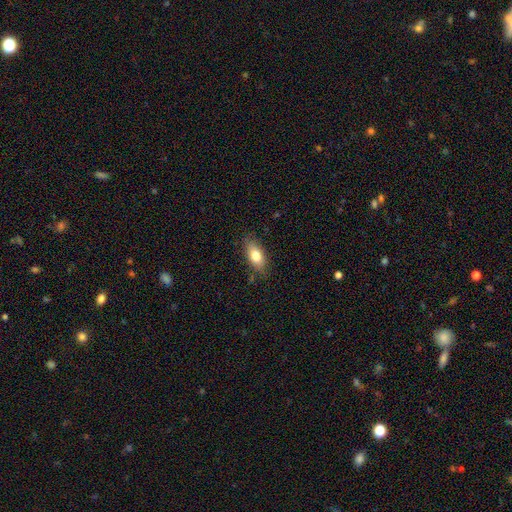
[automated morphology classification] Overall: smooth (78%). How rounded: in between (85%). Merging: none (81%).